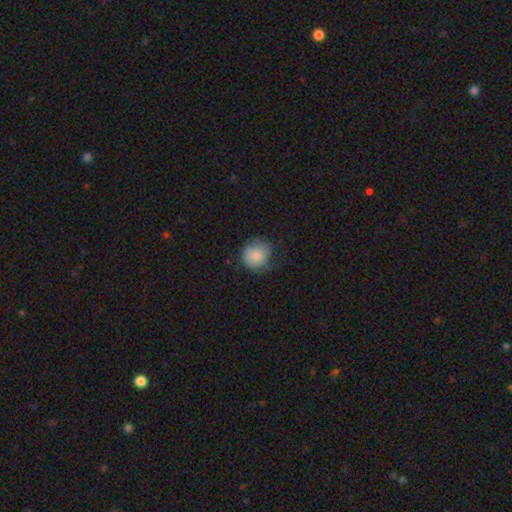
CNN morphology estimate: Smooth or featured: smooth — 82% (featured or disk — 11%)
How rounded: round — 89% (in between — 10%)
Merging: none — 62% (minor disturbance — 27%)